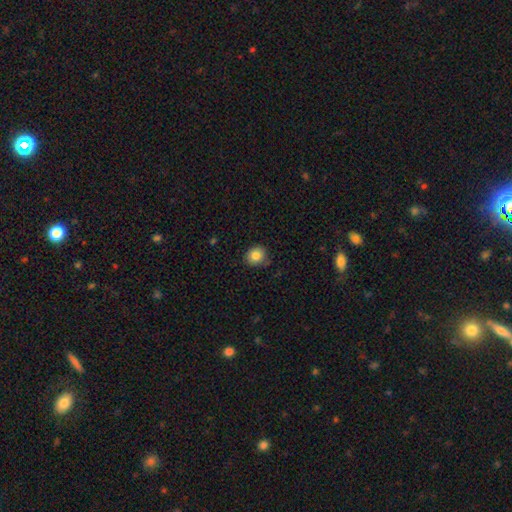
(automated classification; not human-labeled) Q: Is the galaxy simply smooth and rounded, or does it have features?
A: smooth — 83%.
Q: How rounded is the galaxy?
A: round — 78%.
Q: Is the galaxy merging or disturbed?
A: none — 79%.